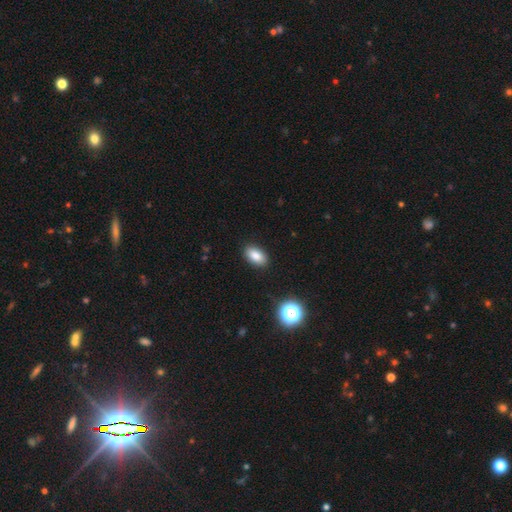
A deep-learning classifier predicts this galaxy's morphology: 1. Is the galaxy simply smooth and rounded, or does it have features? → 85% smooth, 10% star or artifact, 6% featured or disk.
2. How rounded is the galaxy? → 91% in between, 7% round, 2% cigar-shaped.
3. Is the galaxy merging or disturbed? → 89% none, 8% minor disturbance, 2% major disturbance, 1% merger.